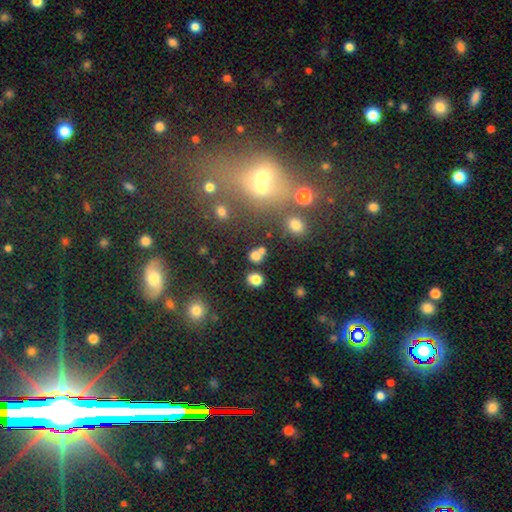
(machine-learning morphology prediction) smooth_or_featured: smooth (p=0.73) [alt: star or artifact p=0.19]
how_rounded: round (p=0.71) [alt: in between p=0.28]
merging: none (p=0.62) [alt: merger p=0.23]